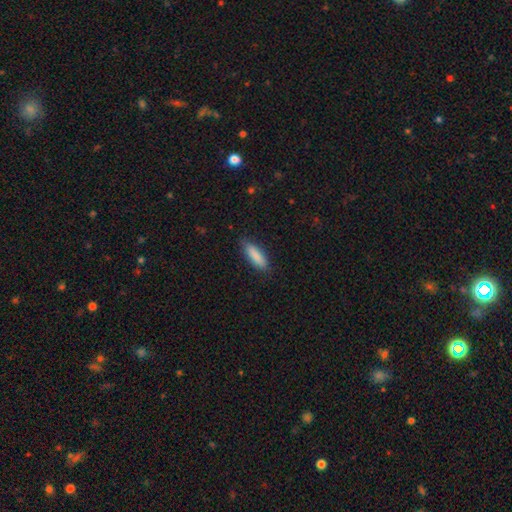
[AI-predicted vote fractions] Q: Smooth or featured?
A: smooth (87%); runner-up: featured or disk (7%)
Q: How rounded?
A: cigar-shaped (52%); runner-up: in between (47%)
Q: Merging?
A: none (84%); runner-up: minor disturbance (12%)